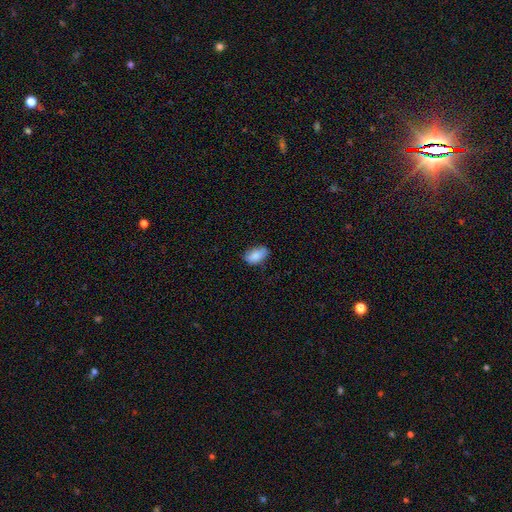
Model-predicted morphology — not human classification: smooth 86%, featured or disk 7%, star or artifact 7%. Down the decision tree: how rounded — in between (92%); merging — none (70%).